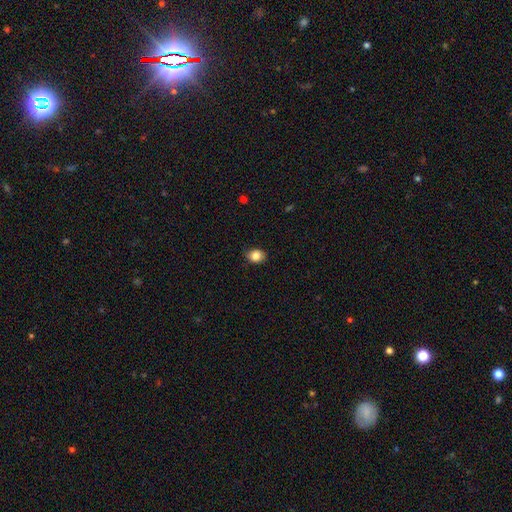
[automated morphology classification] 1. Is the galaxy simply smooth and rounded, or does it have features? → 85% smooth, 9% star or artifact, 6% featured or disk.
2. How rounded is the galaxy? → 52% in between, 47% round, 1% cigar-shaped.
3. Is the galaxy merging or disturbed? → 86% none, 11% minor disturbance, 2% major disturbance, 1% merger.